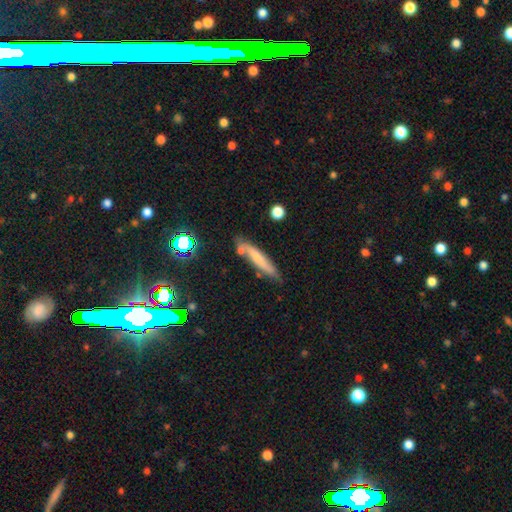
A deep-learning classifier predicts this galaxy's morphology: Overall: smooth (56%; featured or disk 31%). How rounded: cigar-shaped (89%). Merging: none (73%).